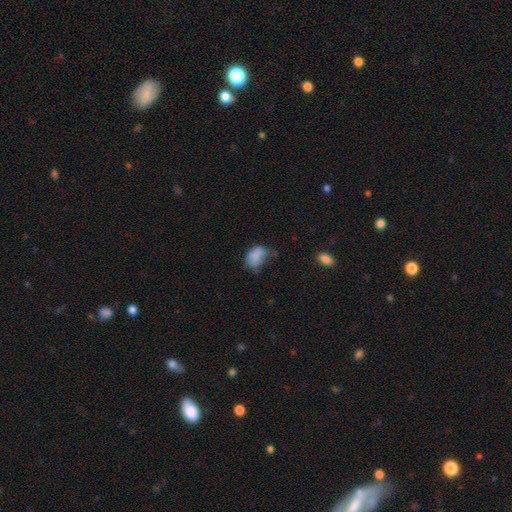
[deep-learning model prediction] Overall: smooth (77%). How rounded: in between (84%). Merging: minor disturbance (38%; none 32%).